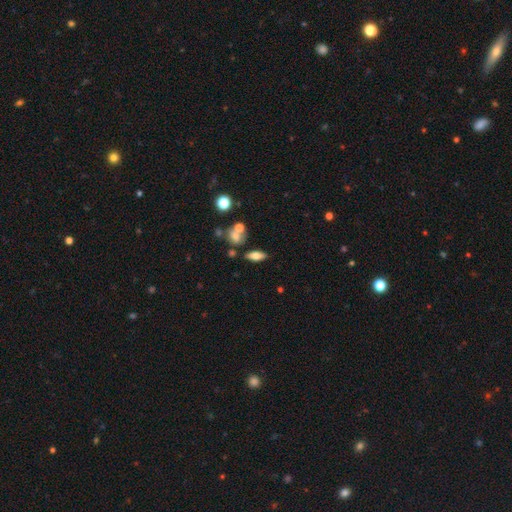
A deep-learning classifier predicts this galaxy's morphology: Smooth or featured? smooth (66%)
How rounded? in between (76%)
Merging? none (74%)